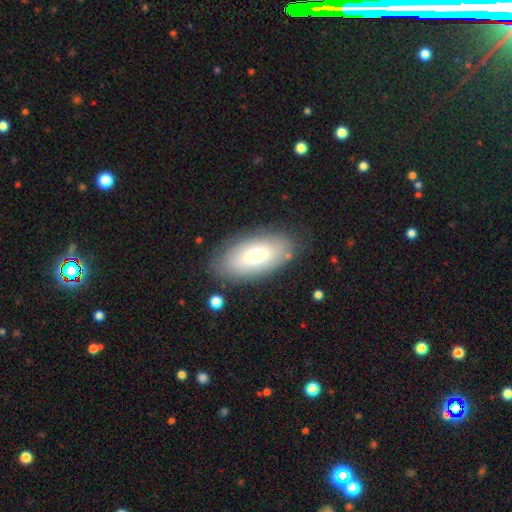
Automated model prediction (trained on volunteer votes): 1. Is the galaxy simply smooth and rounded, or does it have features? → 64% smooth, 29% featured or disk, 7% star or artifact.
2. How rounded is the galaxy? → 92% in between, 5% cigar-shaped, 3% round.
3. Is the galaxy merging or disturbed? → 82% none, 12% minor disturbance, 4% major disturbance, 2% merger.